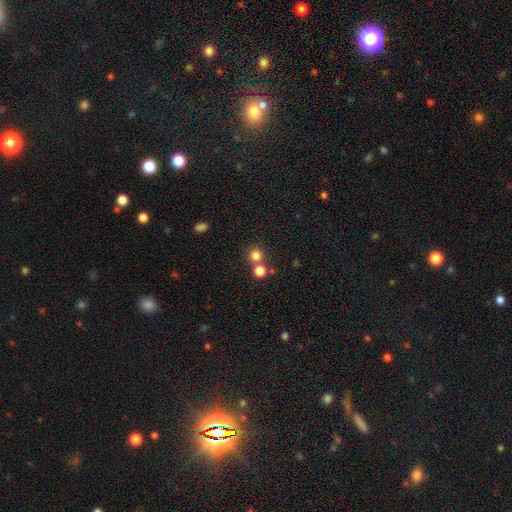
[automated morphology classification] Smooth or featured?
  - smooth: 80% *
  - star or artifact: 14%
  - featured or disk: 6%
How rounded?
  - round: 91% *
  - in between: 8%
  - cigar-shaped: 1%
Merging?
  - none: 64% *
  - merger: 27%
  - minor disturbance: 6%
  - major disturbance: 3%